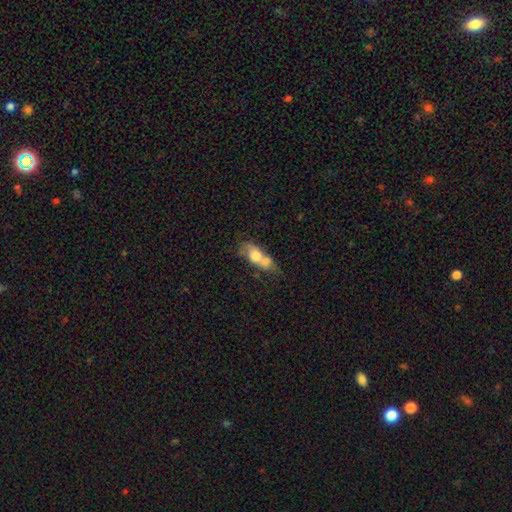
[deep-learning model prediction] Smooth or featured?
  - smooth: 59% *
  - featured or disk: 33%
  - star or artifact: 8%
How rounded?
  - in between: 68% *
  - round: 19%
  - cigar-shaped: 13%
Merging?
  - merger: 65% *
  - none: 15%
  - minor disturbance: 10%
  - major disturbance: 10%